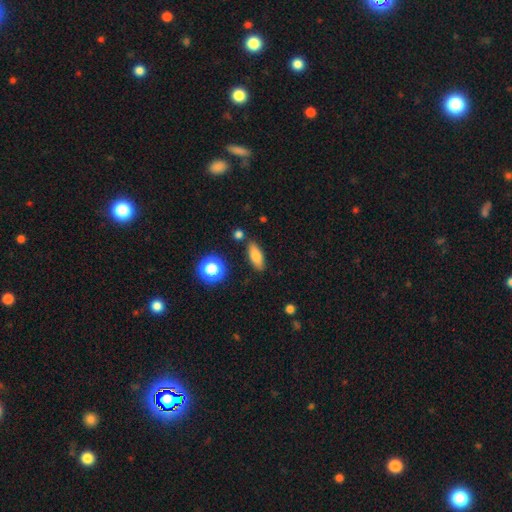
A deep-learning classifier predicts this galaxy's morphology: type=smooth (78%); roundness=in between (72%); merging=none (83%).